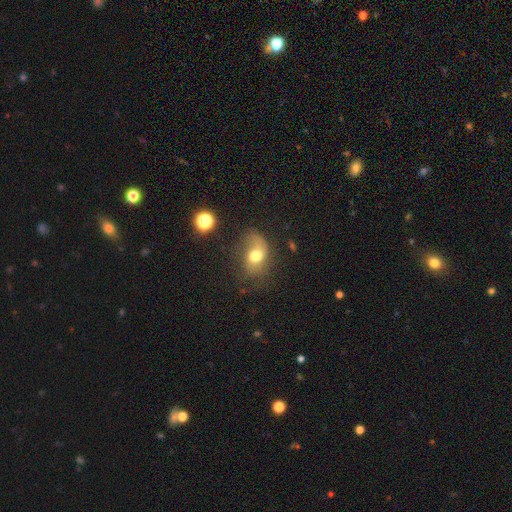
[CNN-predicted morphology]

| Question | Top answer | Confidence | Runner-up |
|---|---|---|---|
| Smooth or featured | smooth | 54% | featured or disk (34%) |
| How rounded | in between | 72% | round (26%) |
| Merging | none | 43% | minor disturbance (28%) |